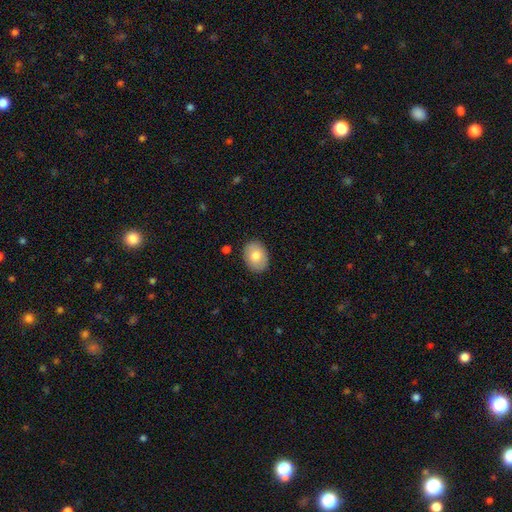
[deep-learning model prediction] A smooth galaxy with no disk features (78%) that is in between round and cigar-shaped (67%).

Vote fractions:
- Smooth or featured? smooth: 78% / featured or disk: 15% / star or artifact: 7%
- How rounded? in between: 67% / round: 32% / cigar-shaped: 1%
- Merging? none: 87% / minor disturbance: 10% / major disturbance: 2% / merger: 1%